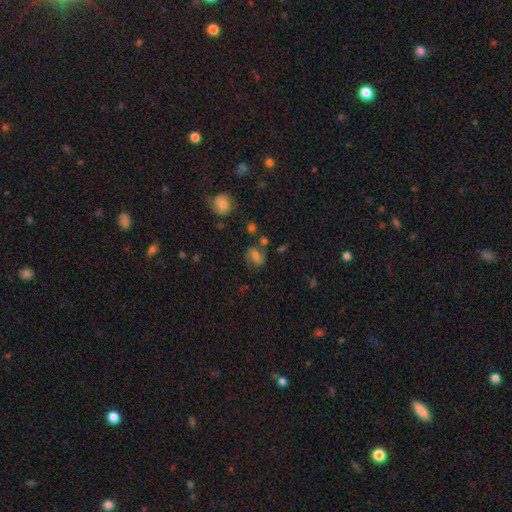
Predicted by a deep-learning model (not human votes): smooth_or_featured: featured or disk (p=0.51) [alt: smooth p=0.37]
disk_edge_on: no (p=0.97) [alt: yes p=0.03]
merging: none (p=0.62) [alt: minor disturbance p=0.18]